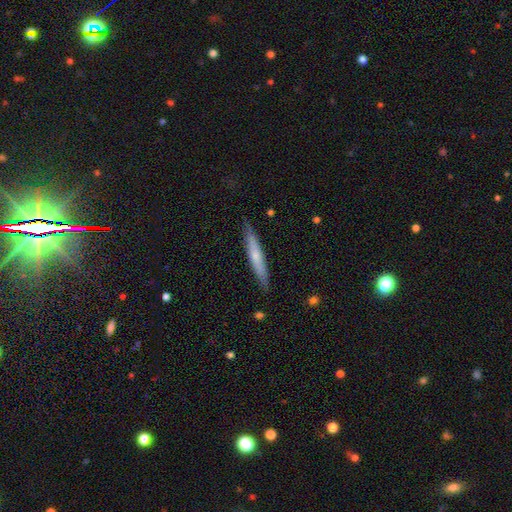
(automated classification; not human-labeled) This is possibly a smooth galaxy (53%). How rounded: clearly cigar-shaped (93%). Merging: clearly none (85%).